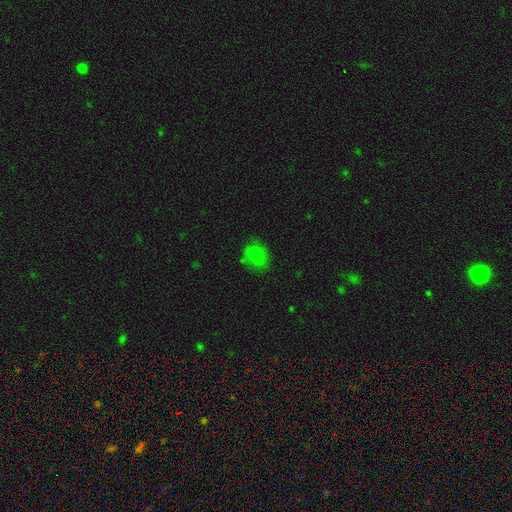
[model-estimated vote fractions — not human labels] smooth 74%, featured or disk 14%, star or artifact 12%. Down the decision tree: how rounded — in between (57%); merging — none (66%).